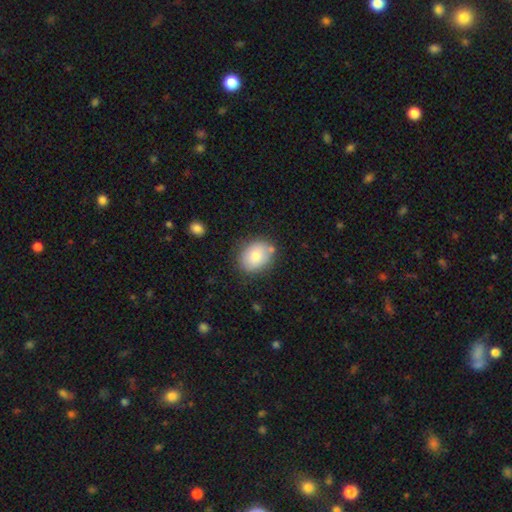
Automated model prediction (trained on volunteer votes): This is likely a smooth galaxy (77%). How rounded: possibly in between (52%). Merging: likely none (76%).